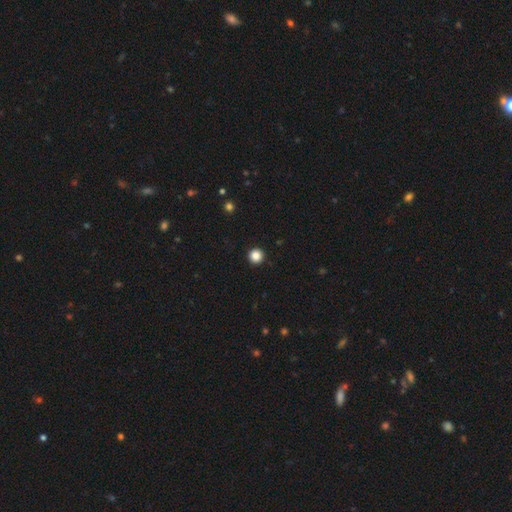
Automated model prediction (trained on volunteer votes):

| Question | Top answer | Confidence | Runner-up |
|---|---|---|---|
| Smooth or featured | smooth | 86% | star or artifact (11%) |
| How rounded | round | 96% | in between (3%) |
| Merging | none | 94% | minor disturbance (4%) |